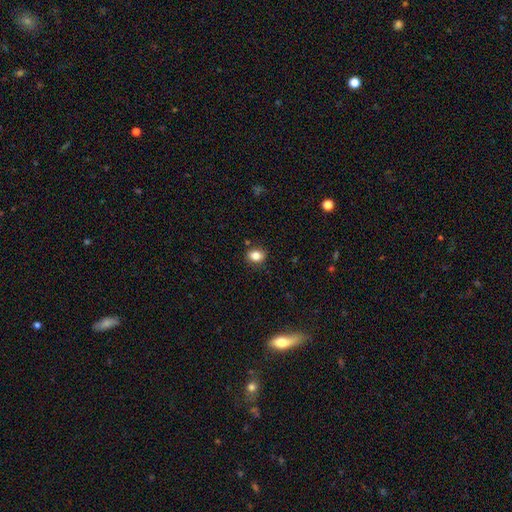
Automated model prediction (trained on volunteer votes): smooth 84%, star or artifact 10%, featured or disk 6%. Down the decision tree: how rounded — in between (54%); merging — none (86%).